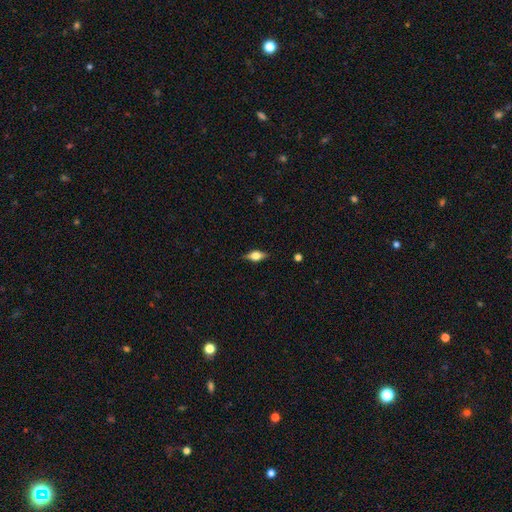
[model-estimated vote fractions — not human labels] A smooth galaxy with no disk features (47%). Merging: none (84%).